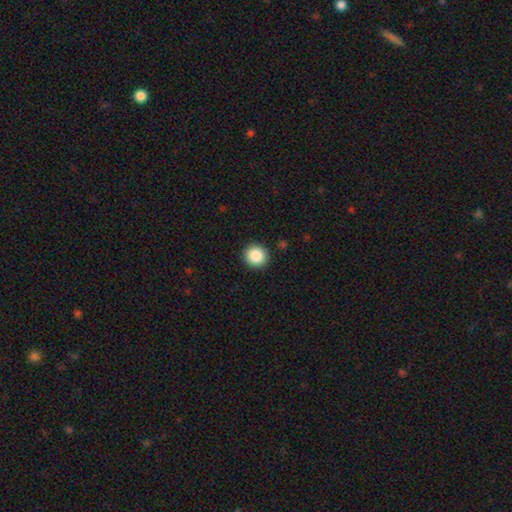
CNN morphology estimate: The model was most divided on "smooth or featured": smooth: 87%, star or artifact: 9%, featured or disk: 4%. More confident: how rounded — round (92%); merging — none (92%).